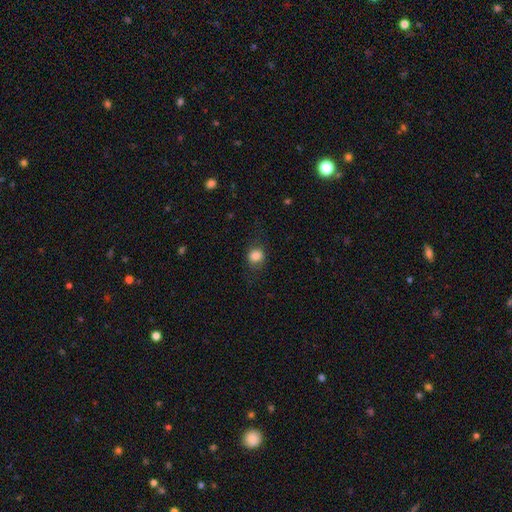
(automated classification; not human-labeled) smooth-or-featured: smooth: 83% | star or artifact: 10% | featured or disk: 7%
  how-rounded: round: 75% | in between: 24% | cigar-shaped: 1%
  merging: none: 77% | minor disturbance: 16% | major disturbance: 7% | merger: 1%